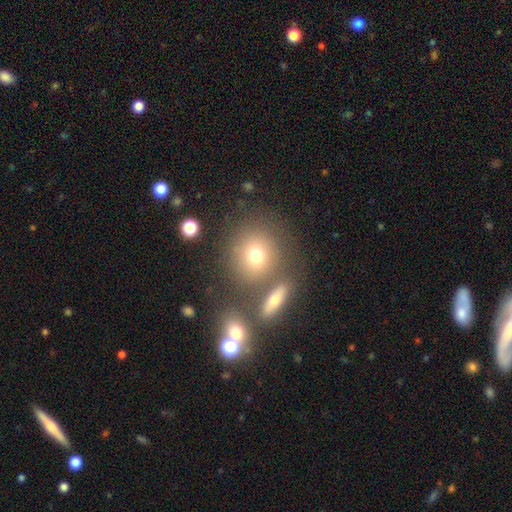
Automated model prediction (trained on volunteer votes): smooth-or-featured: smooth: 72% | featured or disk: 14% | star or artifact: 14%
  how-rounded: round: 77% | in between: 21% | cigar-shaped: 2%
  merging: none: 67% | merger: 17% | minor disturbance: 11% | major disturbance: 5%